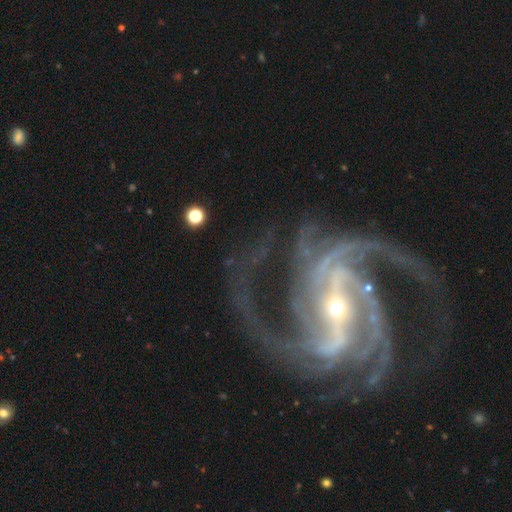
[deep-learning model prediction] smooth_or_featured: featured or disk (p=0.93) [alt: star or artifact p=0.05]
disk_edge_on: no (p=0.98) [alt: yes p=0.02]
bar: strong (p=0.64) [alt: weak p=0.24]
has_spiral_arms: yes (p=0.99) [alt: no p=0.01]
spiral_winding: medium (p=0.54) [alt: tight p=0.32]
spiral_arm_count: 4 (p=0.29) [alt: 3 p=0.26]
bulge_size: small (p=0.75) [alt: moderate p=0.21]
merging: none (p=0.66) [alt: major disturbance p=0.16]